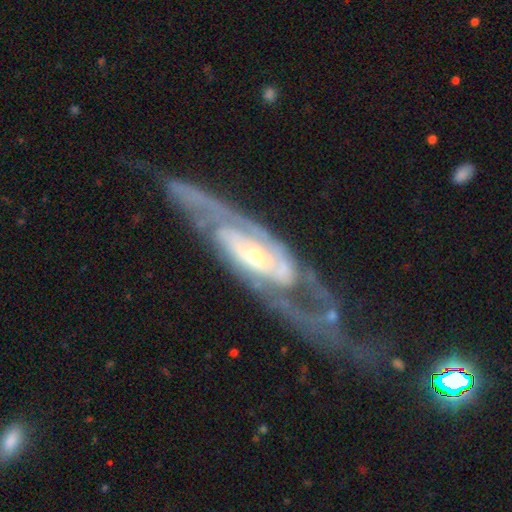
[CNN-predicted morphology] type=featured or disk (90%); edge-on=no (87%); bar=no (39%); spiral arms=yes (96%); winding=medium (43%); arm count=2 (76%); bulge=small (54%); merging=none (59%).